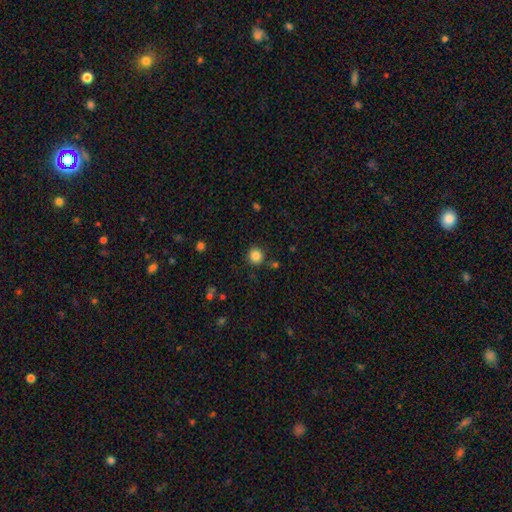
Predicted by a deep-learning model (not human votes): Q: Smooth or featured?
A: smooth (85%); runner-up: star or artifact (12%)
Q: How rounded?
A: round (92%); runner-up: in between (7%)
Q: Merging?
A: none (86%); runner-up: minor disturbance (8%)